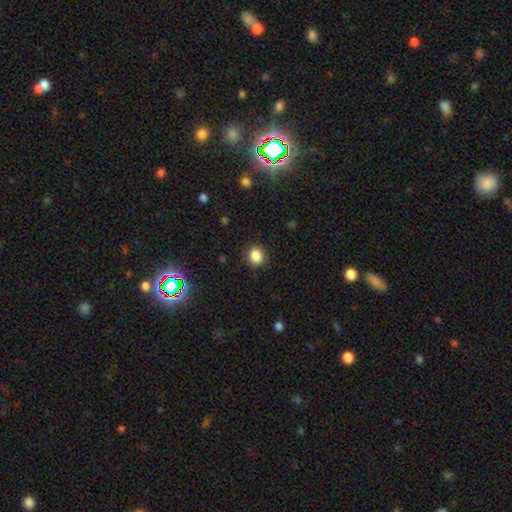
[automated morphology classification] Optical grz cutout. It shows a smooth galaxy with no disk features (85%) that is round (81%). Merging: none (90%).